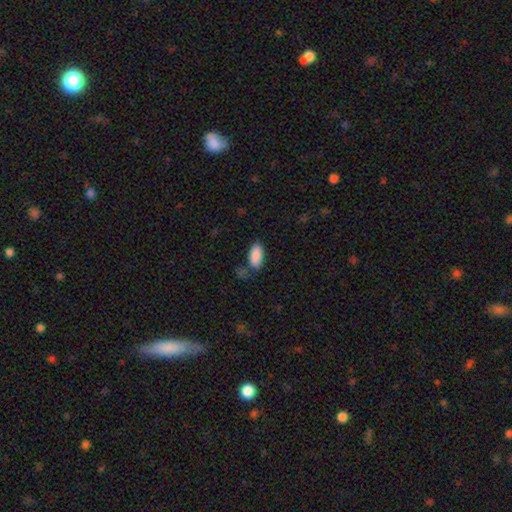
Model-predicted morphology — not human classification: smooth 89%, star or artifact 7%, featured or disk 4%. Down the decision tree: how rounded — in between (90%); merging — none (70%).